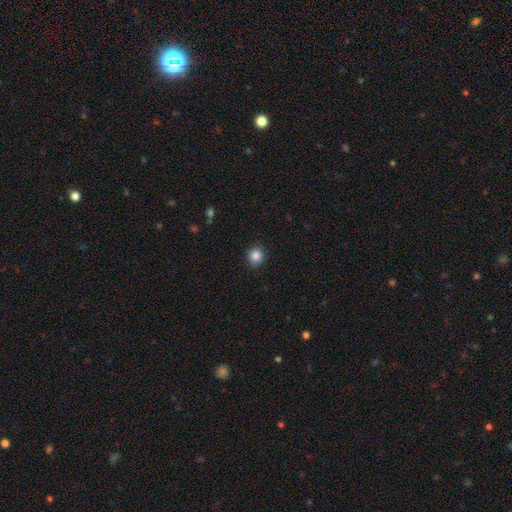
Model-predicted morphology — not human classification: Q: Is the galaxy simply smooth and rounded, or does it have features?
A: smooth — 86%.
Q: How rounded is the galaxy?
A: round — 87%.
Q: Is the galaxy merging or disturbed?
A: none — 91%.